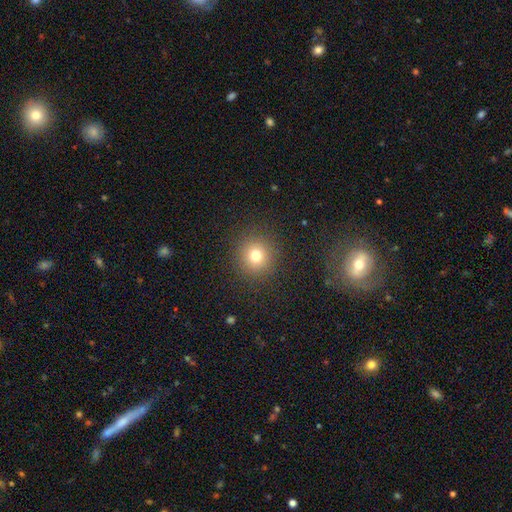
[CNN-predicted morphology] Smooth or featured: smooth — 75% (star or artifact — 16%)
How rounded: round — 93% (in between — 6%)
Merging: none — 90% (minor disturbance — 6%)